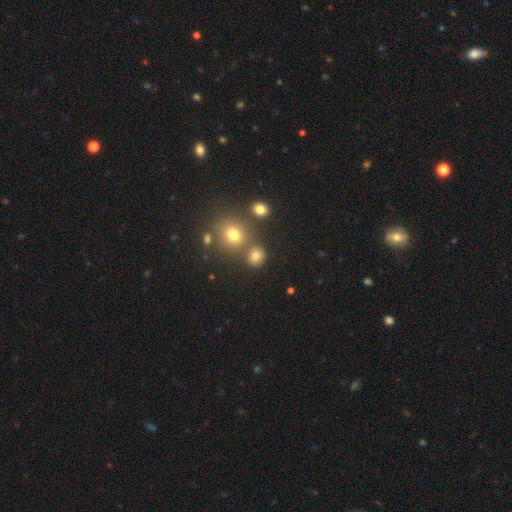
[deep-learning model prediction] Smooth or featured?
  - smooth: 75% *
  - star or artifact: 17%
  - featured or disk: 8%
How rounded?
  - round: 80% *
  - in between: 19%
  - cigar-shaped: 1%
Merging?
  - none: 73% *
  - merger: 14%
  - minor disturbance: 9%
  - major disturbance: 4%